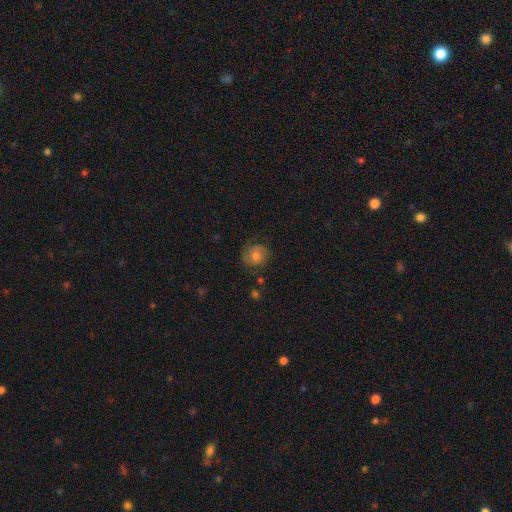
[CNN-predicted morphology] Smooth or featured?
  - smooth: 51% *
  - featured or disk: 38%
  - star or artifact: 11%
How rounded?
  - round: 85% *
  - in between: 14%
  - cigar-shaped: 1%
Merging?
  - none: 75% *
  - minor disturbance: 17%
  - major disturbance: 6%
  - merger: 2%